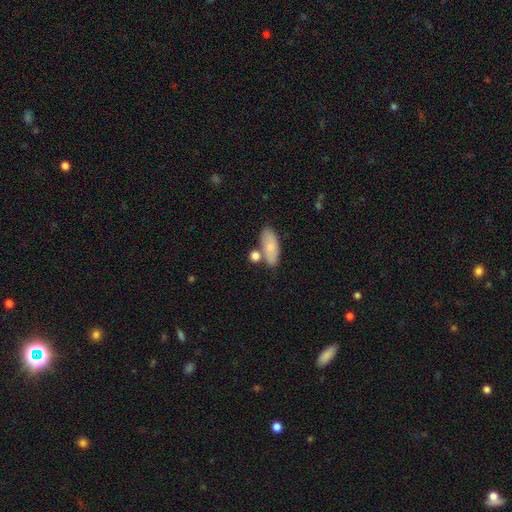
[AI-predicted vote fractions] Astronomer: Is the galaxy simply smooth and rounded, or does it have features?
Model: smooth — 80%.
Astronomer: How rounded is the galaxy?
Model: in between — 56% (runner-up: round, 34%).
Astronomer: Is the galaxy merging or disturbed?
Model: none — 58%.